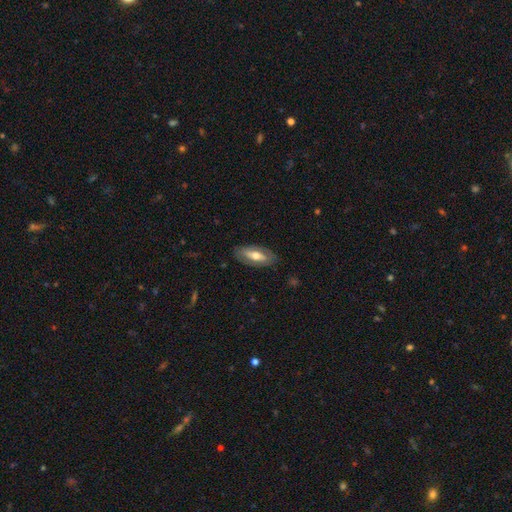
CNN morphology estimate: A featured or disk galaxy (48%). Merging: none (82%).